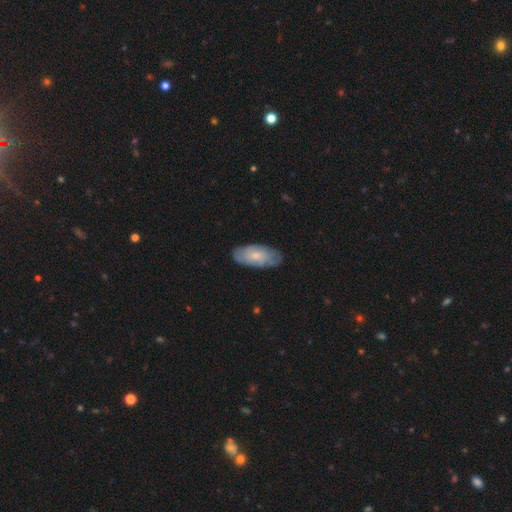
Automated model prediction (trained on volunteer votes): smooth_or_featured: smooth (p=0.47) [tied with: featured or disk p=0.47]
merging: none (p=0.76) [alt: minor disturbance p=0.19]